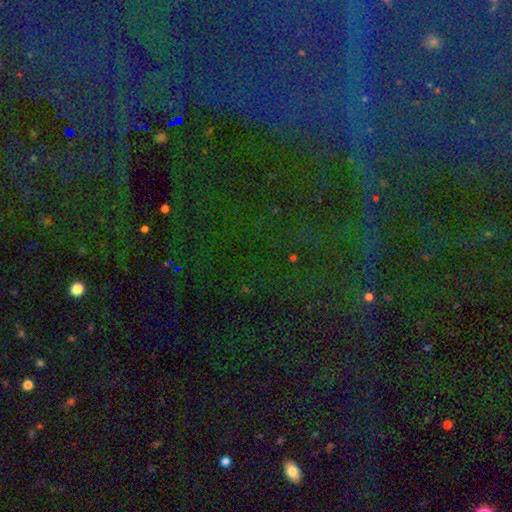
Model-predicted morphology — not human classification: star or artifact 81%, smooth 10%, featured or disk 8%.